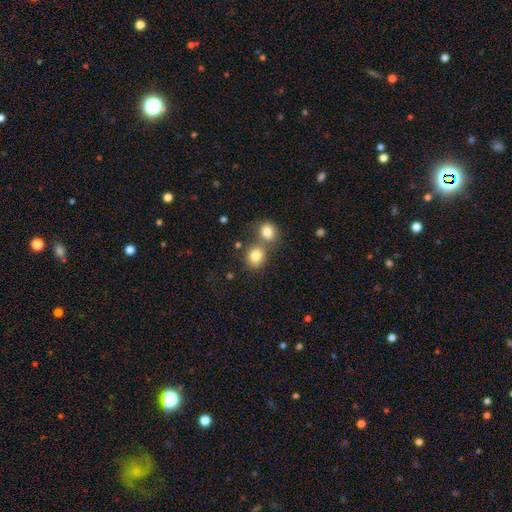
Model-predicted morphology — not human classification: Overall: smooth (81%). How rounded: round (73%). Merging: none (50%; merger 39%).